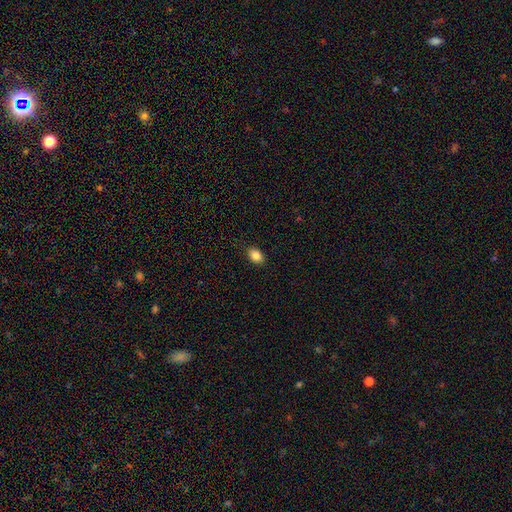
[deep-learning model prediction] A smooth galaxy with no disk features (86%) that is in between round and cigar-shaped (79%).

Vote fractions:
- Smooth or featured? smooth: 86% / star or artifact: 9% / featured or disk: 5%
- How rounded? in between: 79% / round: 20% / cigar-shaped: 1%
- Merging? none: 88% / minor disturbance: 9% / major disturbance: 2% / merger: 1%